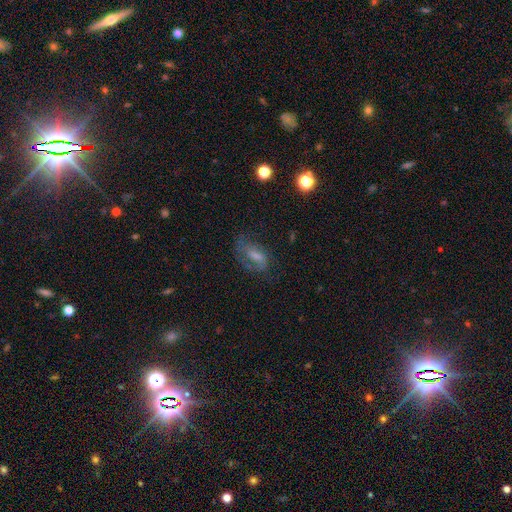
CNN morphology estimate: This is possibly a featured or disk galaxy (56%). It is clearly not viewed edge-on (92%). Bar: possibly weak (46%). Spiral arm pattern: clearly yes (81%). Central bulge: marginally moderate (34%). Merging: possibly none (60%).